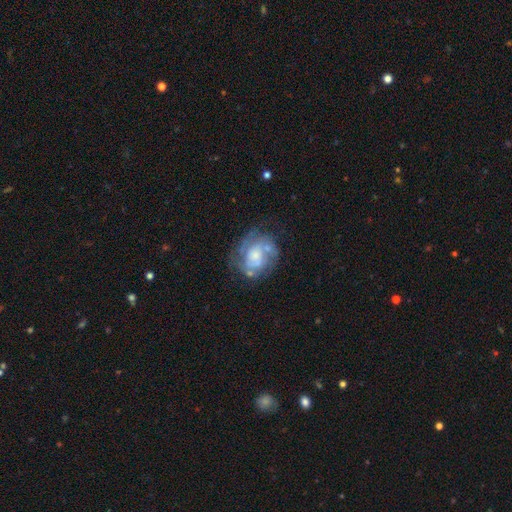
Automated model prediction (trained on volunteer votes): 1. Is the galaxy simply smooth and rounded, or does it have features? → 69% featured or disk, 24% smooth, 7% star or artifact.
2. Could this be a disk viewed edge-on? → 98% no, 2% yes.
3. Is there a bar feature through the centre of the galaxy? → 77% no, 19% weak, 4% strong.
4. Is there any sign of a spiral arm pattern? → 70% yes, 30% no.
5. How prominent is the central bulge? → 42% small, 35% moderate, 11% large, 10% none, 2% dominant.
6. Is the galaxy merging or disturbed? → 51% none, 22% minor disturbance, 17% major disturbance, 9% merger.